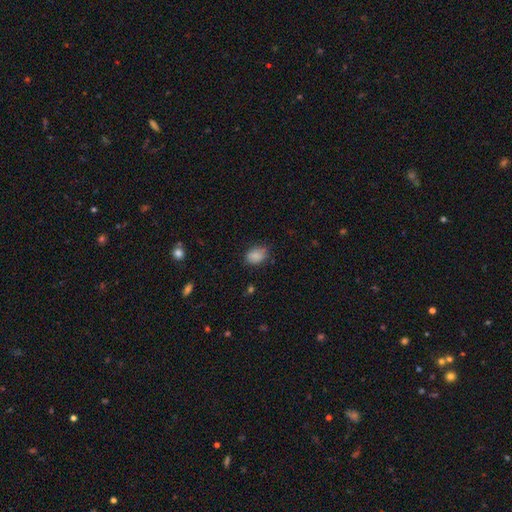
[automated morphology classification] Q: Smooth or featured?
A: smooth (84%); runner-up: star or artifact (10%)
Q: How rounded?
A: in between (69%); runner-up: round (30%)
Q: Merging?
A: none (69%); runner-up: minor disturbance (24%)